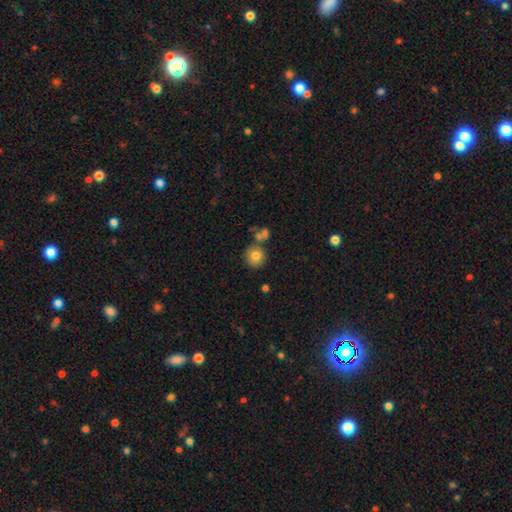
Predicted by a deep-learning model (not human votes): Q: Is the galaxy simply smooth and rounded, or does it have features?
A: smooth — 78%.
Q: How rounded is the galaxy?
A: round — 91%.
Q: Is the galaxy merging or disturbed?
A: none — 68%.